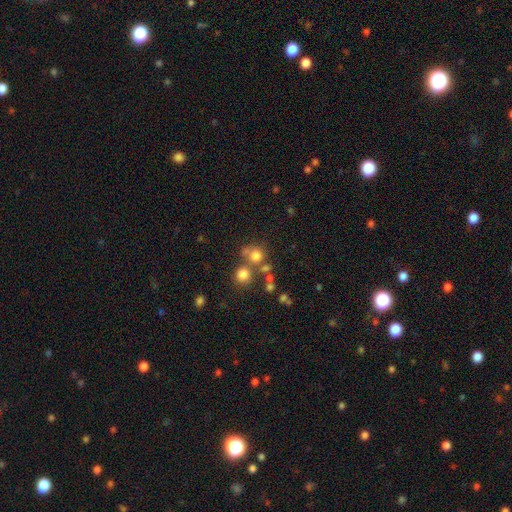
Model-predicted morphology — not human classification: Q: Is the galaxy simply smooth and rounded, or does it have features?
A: smooth — 72%.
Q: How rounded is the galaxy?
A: round — 85%.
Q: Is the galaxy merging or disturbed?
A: none — 52%.